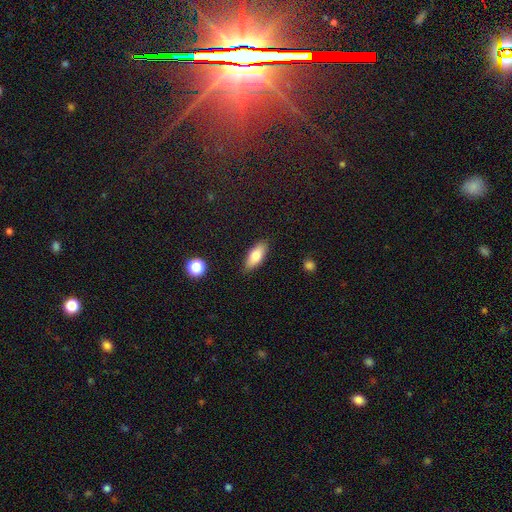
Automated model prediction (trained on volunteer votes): smooth_or_featured: smooth (p=0.77) [alt: featured or disk p=0.16]
how_rounded: in between (p=0.77) [alt: cigar-shaped p=0.20]
merging: none (p=0.86) [alt: minor disturbance p=0.11]